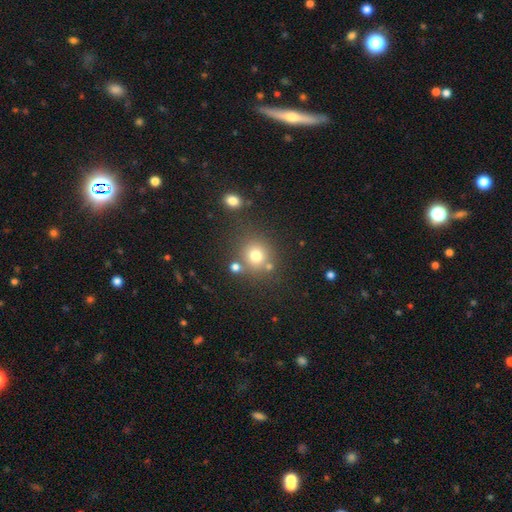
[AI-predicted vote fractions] Smooth or featured? Predicted: smooth (p=0.75). How rounded? Predicted: round (p=0.85). Merging? Predicted: none (p=0.72).